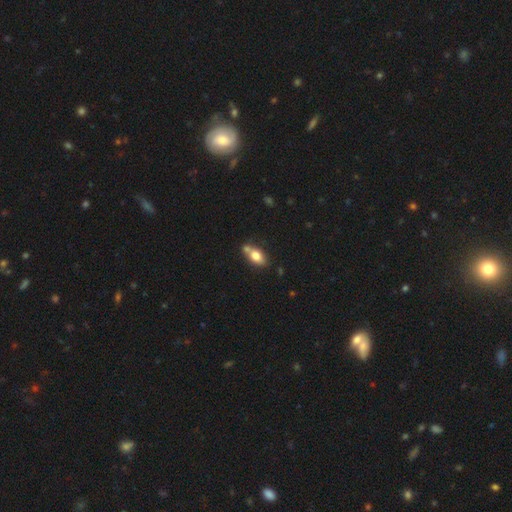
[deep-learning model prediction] A smooth galaxy with no disk features (75%) that is in between round and cigar-shaped (84%). Merging: none (56%).